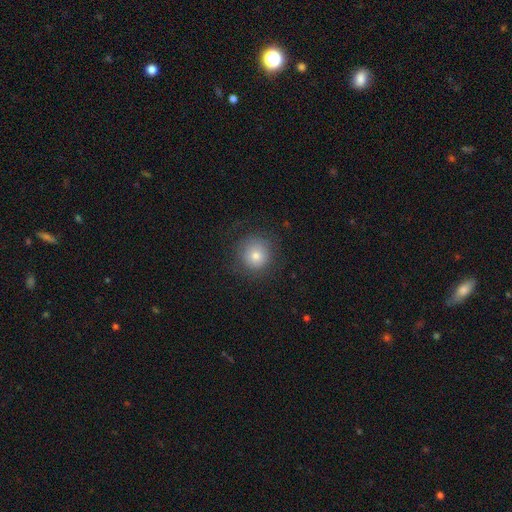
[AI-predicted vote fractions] Smooth or featured: smooth — 74% (featured or disk — 14%)
How rounded: round — 93% (in between — 6%)
Merging: none — 82% (minor disturbance — 11%)